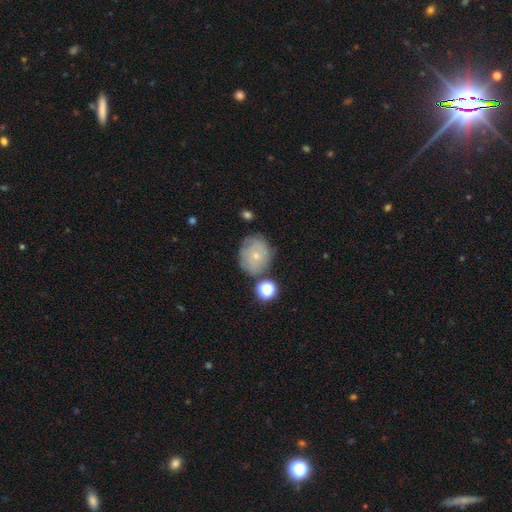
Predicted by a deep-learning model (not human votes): Overall: smooth (58%; featured or disk 32%). How rounded: round (70%). Merging: none (66%).